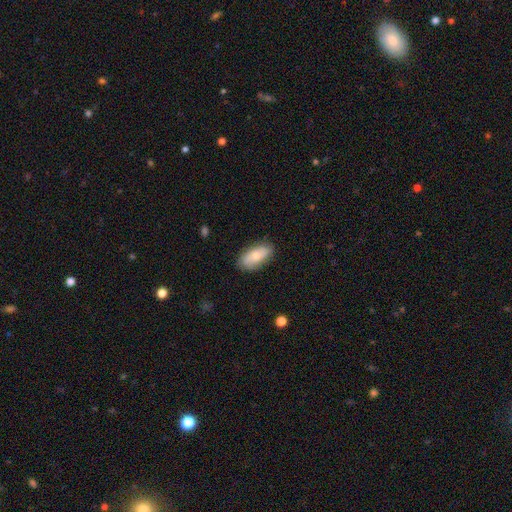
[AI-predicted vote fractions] Overall: smooth (70%). How rounded: in between (88%). Merging: none (81%).